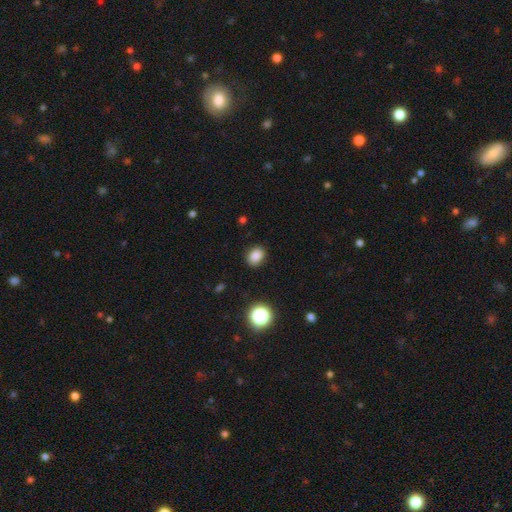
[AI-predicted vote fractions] Smooth or featured? Predicted: smooth (p=0.83). How rounded? Predicted: in between (p=0.56). Merging? Predicted: none (p=0.88).